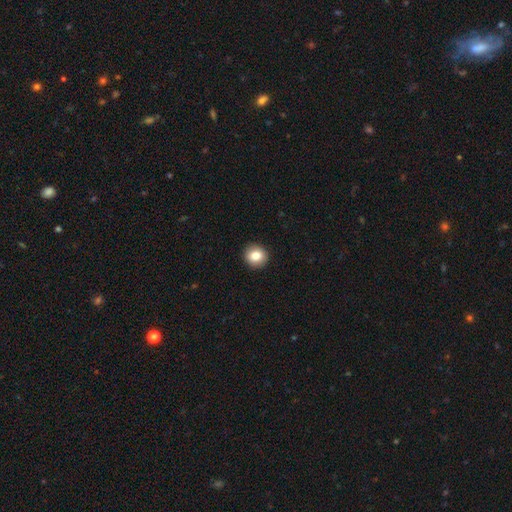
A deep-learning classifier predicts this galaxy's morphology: This is clearly a smooth galaxy (83%). How rounded: clearly round (89%). Merging: clearly none (93%).